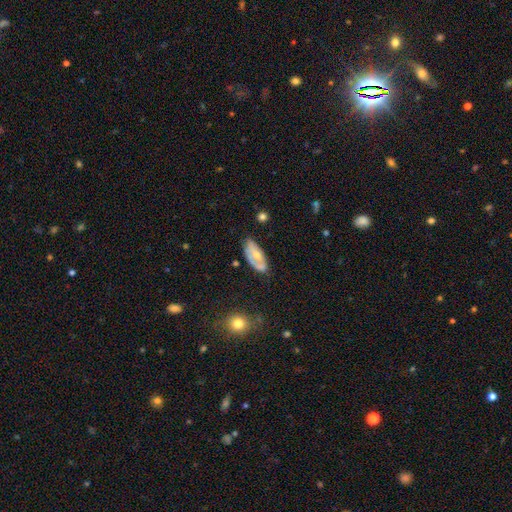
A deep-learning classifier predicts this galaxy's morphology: smooth_or_featured: featured or disk (p=0.49) [alt: smooth p=0.45]
merging: none (p=0.54) [alt: minor disturbance p=0.31]